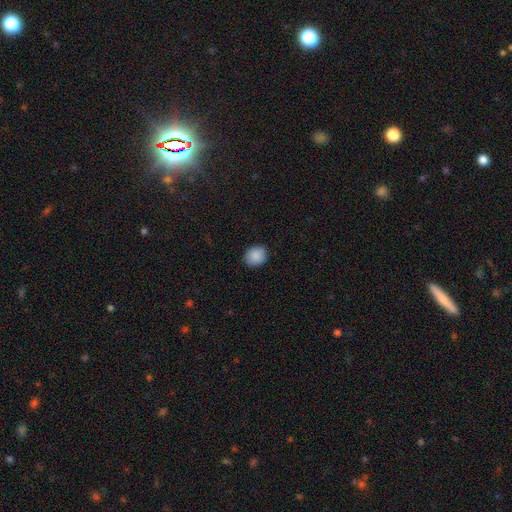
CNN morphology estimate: Q: Smooth or featured?
A: smooth (89%); runner-up: star or artifact (8%)
Q: How rounded?
A: round (67%); runner-up: in between (32%)
Q: Merging?
A: none (87%); runner-up: minor disturbance (10%)